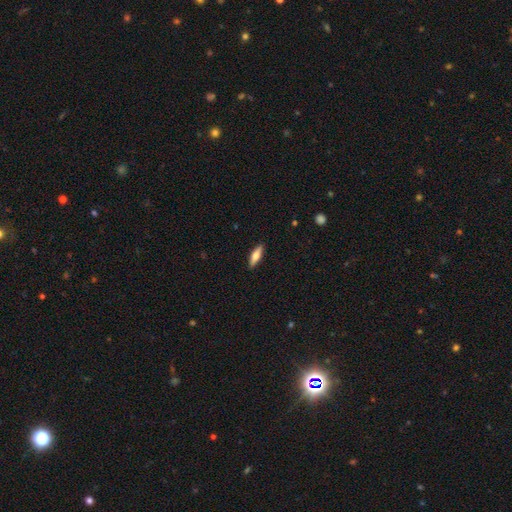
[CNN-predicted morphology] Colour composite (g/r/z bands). It shows a smooth galaxy with no disk features (59%) that is cigar-shaped (57%). Merging: none (90%).